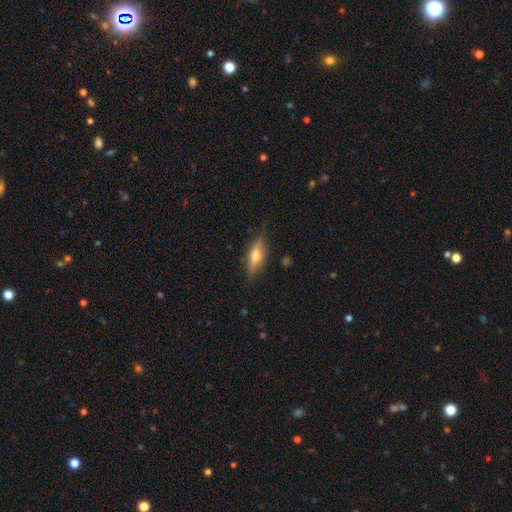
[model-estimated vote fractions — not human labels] Overall: featured or disk (50%; smooth 43%). Edge-on disk: yes (91%). Merging: none (83%).